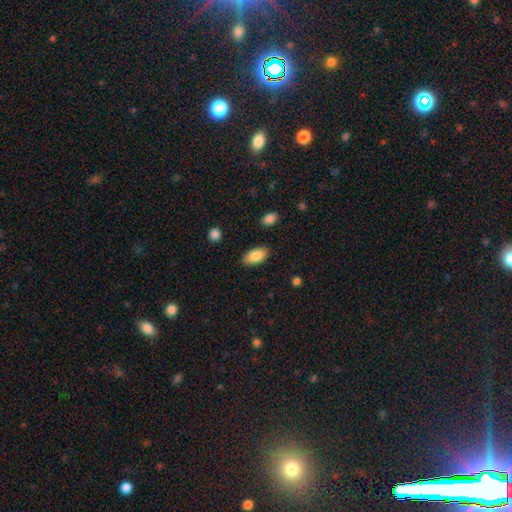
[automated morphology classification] The model was most divided on "merging": none: 86%, minor disturbance: 10%, major disturbance: 2%, merger: 2%. More confident: how rounded — in between (94%); smooth or featured — smooth (85%).